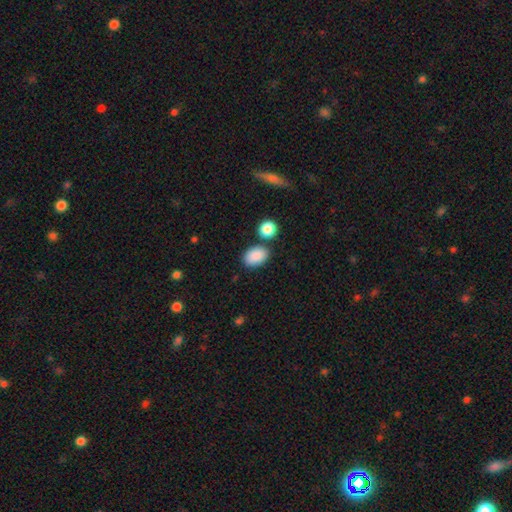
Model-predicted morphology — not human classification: A smooth galaxy with no disk features (88%) that is in between round and cigar-shaped (87%).

Vote fractions:
- Smooth or featured? smooth: 88% / star or artifact: 7% / featured or disk: 5%
- How rounded? in between: 87% / round: 12% / cigar-shaped: 1%
- Merging? none: 76% / minor disturbance: 12% / merger: 9% / major disturbance: 3%